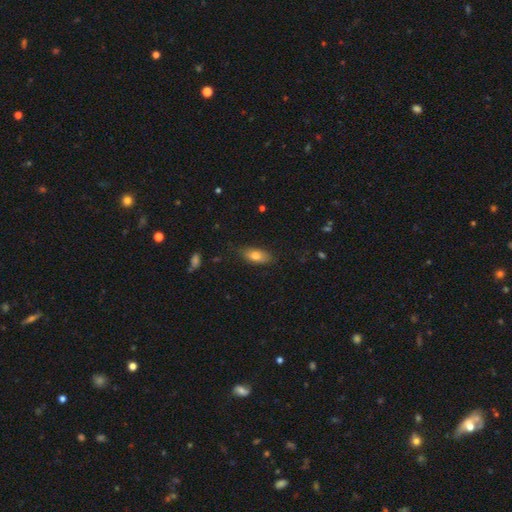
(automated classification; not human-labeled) Morphology: type=smooth (75%); roundness=in between (83%); merging=none (80%).